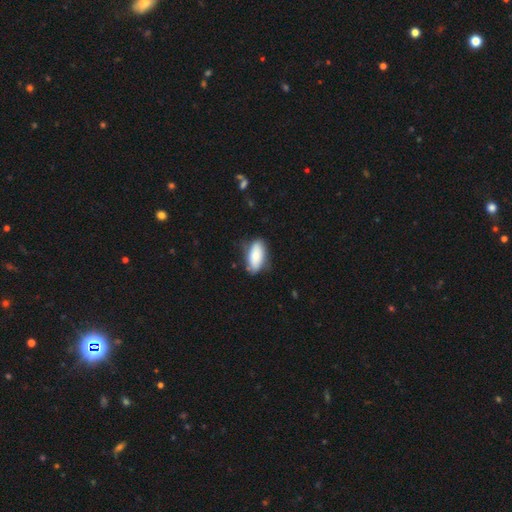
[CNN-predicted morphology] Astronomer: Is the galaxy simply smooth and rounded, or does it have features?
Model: smooth — 83%.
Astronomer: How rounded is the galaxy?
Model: in between — 88%.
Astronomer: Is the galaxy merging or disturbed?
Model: none — 70%.